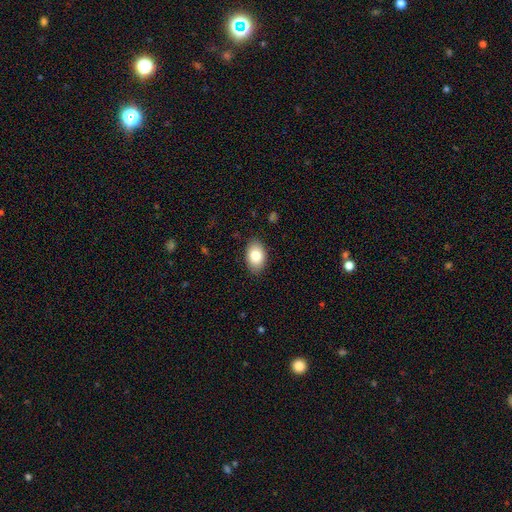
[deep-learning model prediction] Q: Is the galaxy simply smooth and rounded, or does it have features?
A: smooth — 83%.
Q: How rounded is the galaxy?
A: in between — 89%.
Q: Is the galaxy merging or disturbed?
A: none — 86%.